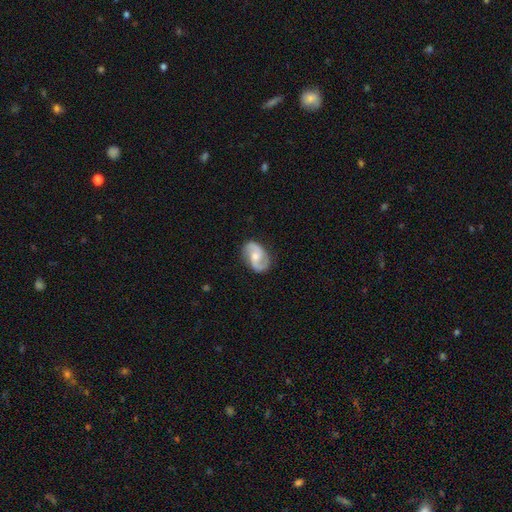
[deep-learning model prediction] This is likely a featured or disk galaxy (80%). It is clearly not viewed edge-on (97%). Bar: possibly no (50%). Spiral arm pattern: clearly yes (94%). Spiral arm count: clearly 2 (92%). Spiral winding: possibly medium (46%). Central bulge: likely moderate (65%). Merging: clearly none (81%).